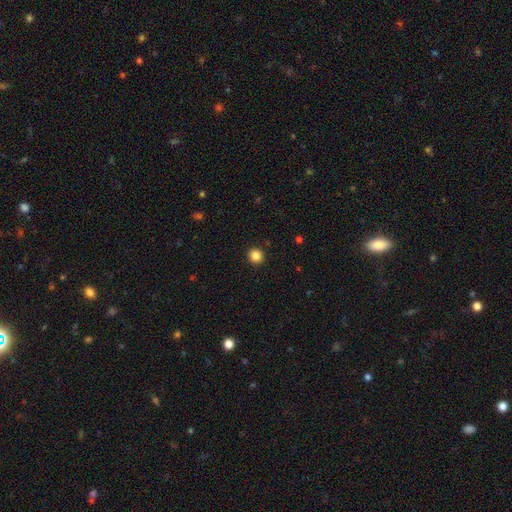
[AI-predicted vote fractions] smooth 85%, star or artifact 11%, featured or disk 4%. Down the decision tree: how rounded — round (93%); merging — none (93%).